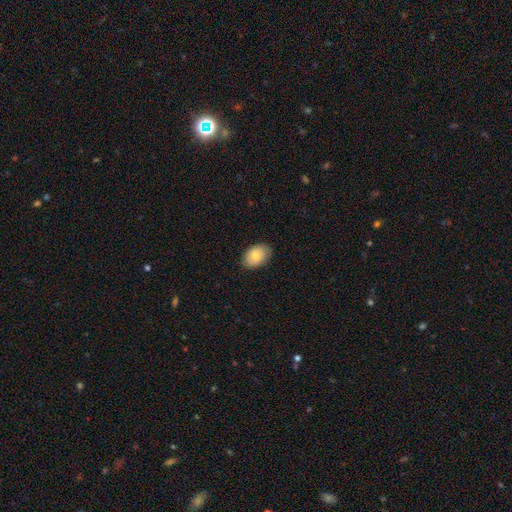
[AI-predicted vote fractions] Q: Smooth or featured?
A: smooth (78%); runner-up: featured or disk (16%)
Q: How rounded?
A: in between (86%); runner-up: round (13%)
Q: Merging?
A: none (82%); runner-up: minor disturbance (14%)